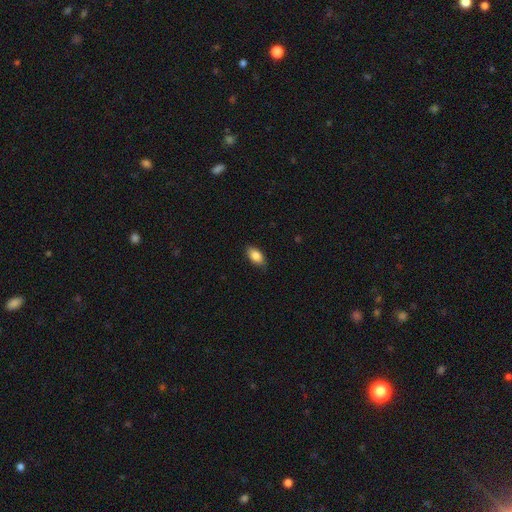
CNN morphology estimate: This is clearly a smooth galaxy (87%). How rounded: clearly in between (92%). Merging: clearly none (84%).